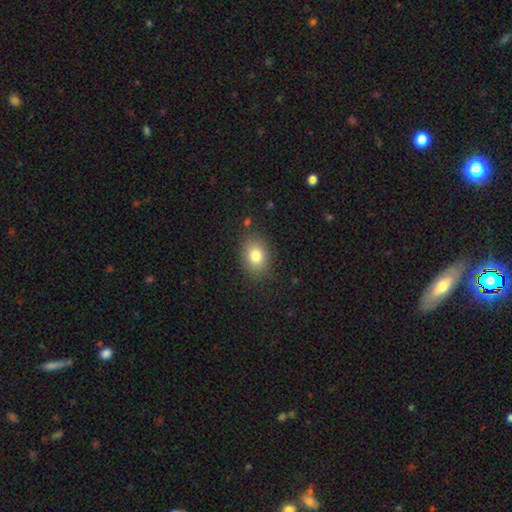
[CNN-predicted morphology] A smooth galaxy with no disk features (80%) that is in between round and cigar-shaped (68%). Merging: none (83%).